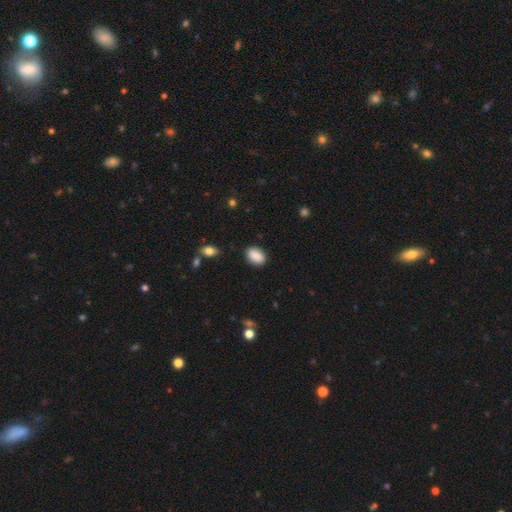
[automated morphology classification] A smooth galaxy with no disk features (89%) that is in between round and cigar-shaped (84%). Merging: none (86%).